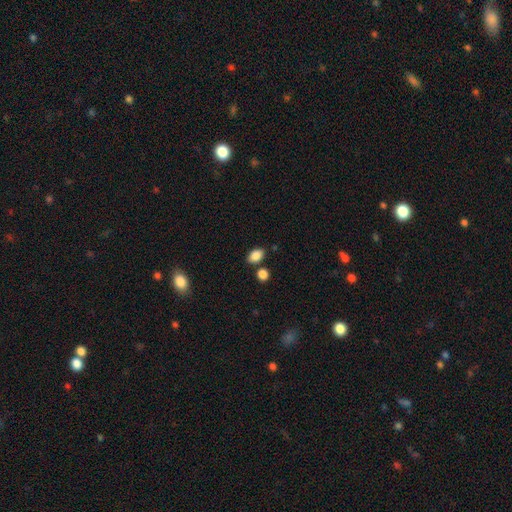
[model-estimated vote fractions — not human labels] Smooth or featured? Predicted: smooth (p=0.86). How rounded? Predicted: in between (p=0.84). Merging? Predicted: none (p=0.77).